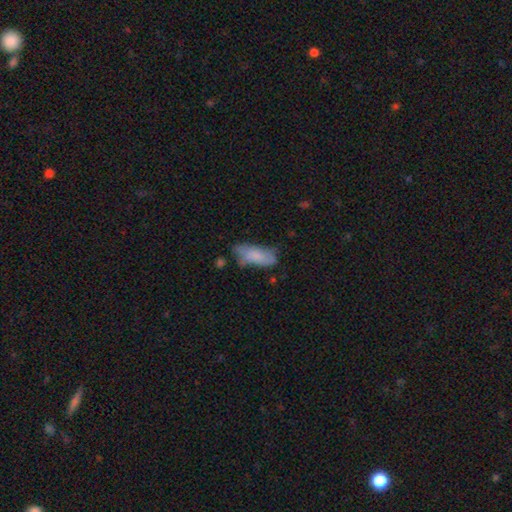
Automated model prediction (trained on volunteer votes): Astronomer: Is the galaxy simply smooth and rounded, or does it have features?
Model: smooth — 75%.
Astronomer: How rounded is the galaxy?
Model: in between — 80%.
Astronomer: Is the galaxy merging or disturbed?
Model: none — 48% (runner-up: minor disturbance, 32%).